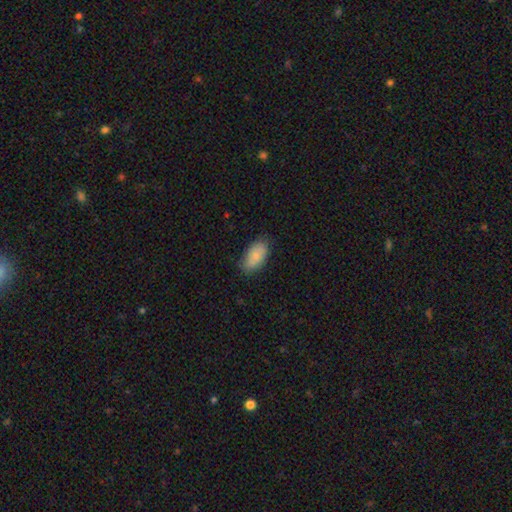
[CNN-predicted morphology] Smooth or featured? smooth (80%)
How rounded? in between (94%)
Merging? none (75%)